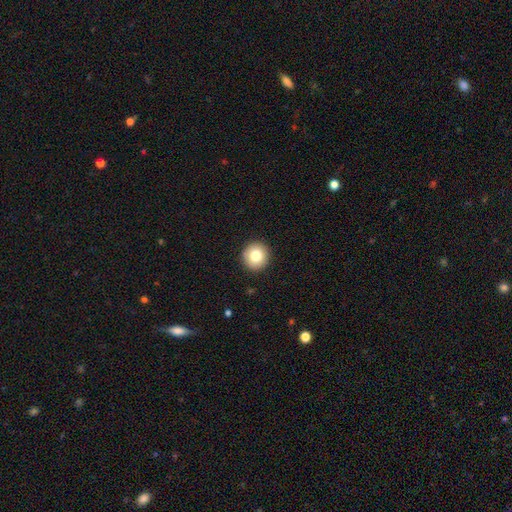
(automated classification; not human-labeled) Morphology: type=smooth (80%); roundness=round (94%); merging=none (92%).